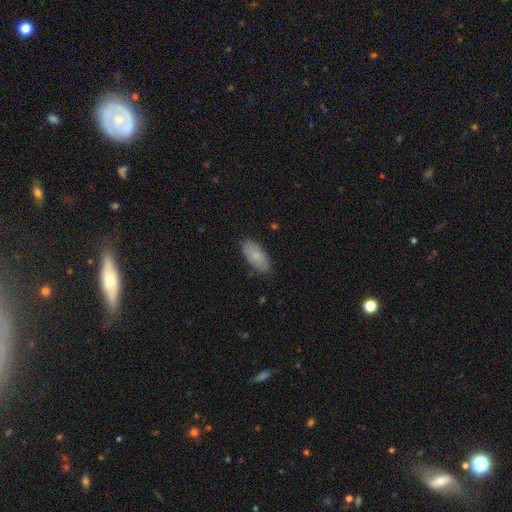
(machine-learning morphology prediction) Smooth or featured? Predicted: smooth (p=0.78). How rounded? Predicted: in between (p=0.90). Merging? Predicted: none (p=0.83).